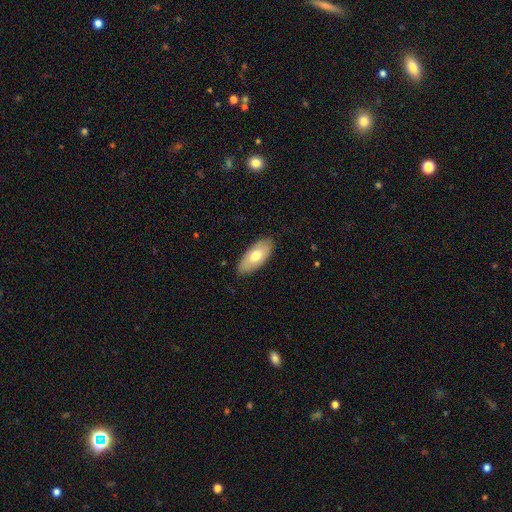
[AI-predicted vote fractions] Smooth or featured? smooth (68%)
How rounded? in between (90%)
Merging? none (85%)